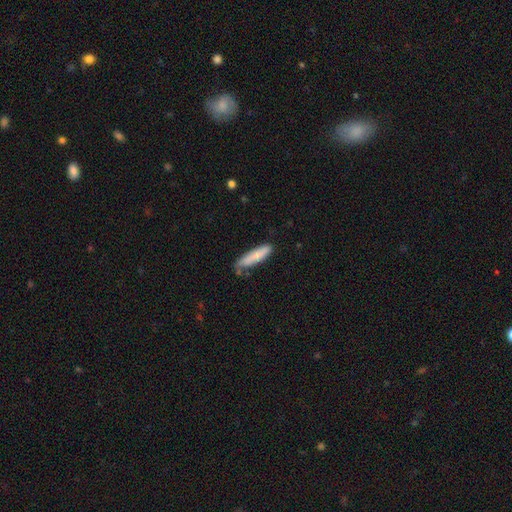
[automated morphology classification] smooth 79%, featured or disk 15%, star or artifact 6%. Down the decision tree: how rounded — cigar-shaped (80%); merging — none (65%).